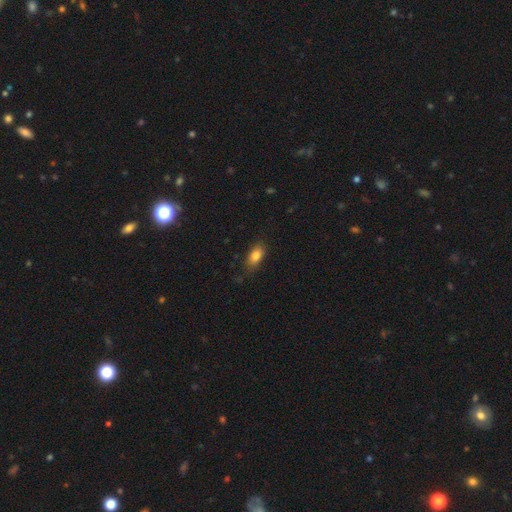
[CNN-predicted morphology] Overall: smooth (83%). How rounded: in between (87%). Merging: none (78%).